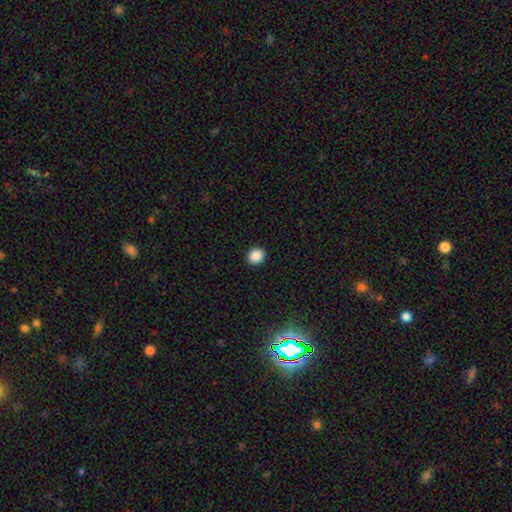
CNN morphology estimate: Smooth or featured?
  - smooth: 88% *
  - star or artifact: 9%
  - featured or disk: 3%
How rounded?
  - round: 78% *
  - in between: 21%
  - cigar-shaped: 1%
Merging?
  - none: 93% *
  - minor disturbance: 5%
  - major disturbance: 2%
  - merger: 1%